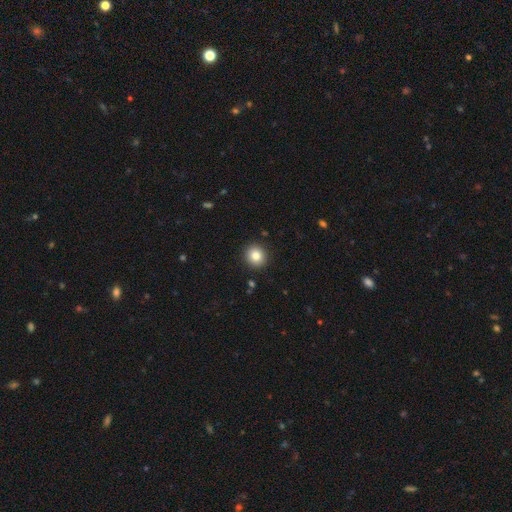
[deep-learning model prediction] A smooth galaxy with no disk features (83%) that is round (89%). Merging: none (91%).